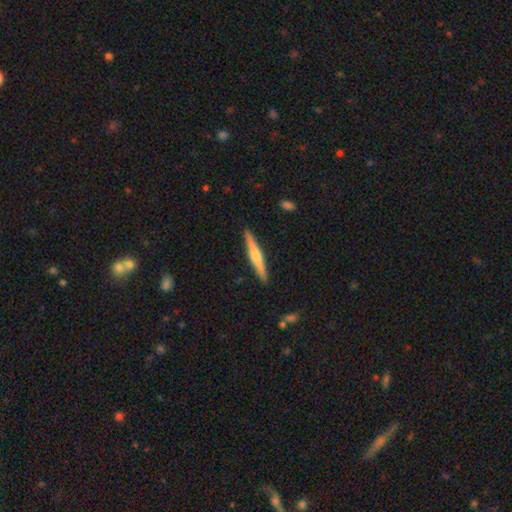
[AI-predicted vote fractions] featured or disk 60%, smooth 35%, star or artifact 5%. Down the decision tree: edge-on disk — yes (98%); edge-on bulge — rounded (75%); merging — none (91%).